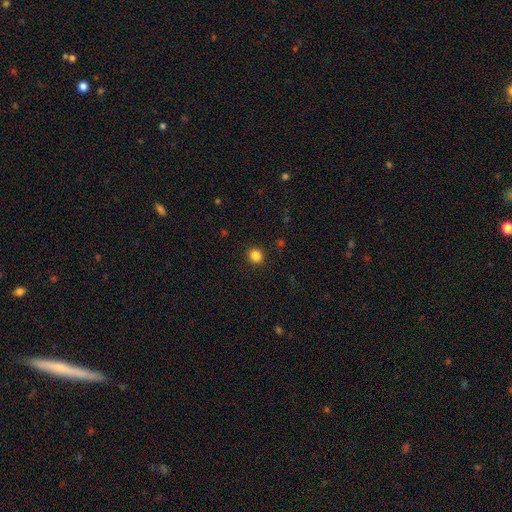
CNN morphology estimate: Smooth or featured: smooth — 85% (star or artifact — 12%)
How rounded: round — 84% (in between — 15%)
Merging: none — 91% (minor disturbance — 6%)